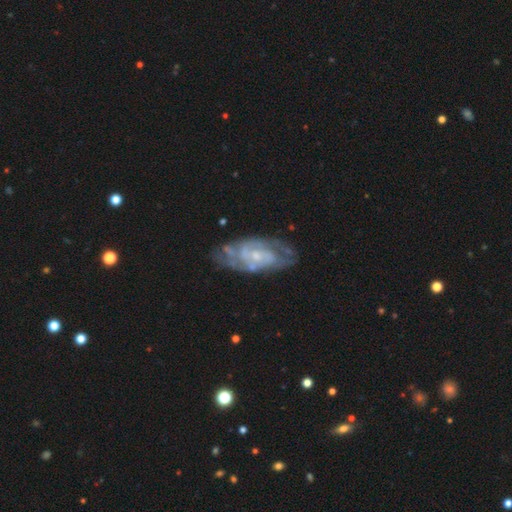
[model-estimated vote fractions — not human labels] Q: Smooth or featured?
A: featured or disk (81%); runner-up: smooth (12%)
Q: Edge-on disk?
A: no (93%); runner-up: yes (7%)
Q: Bar?
A: no (61%); runner-up: weak (32%)
Q: Spiral arms?
A: yes (85%); runner-up: no (15%)
Q: Spiral winding?
A: tight (55%); runner-up: medium (35%)
Q: Spiral arm count?
A: can't tell (43%); runner-up: 2 (32%)
Q: Bulge size?
A: small (67%); runner-up: moderate (25%)
Q: Merging?
A: none (68%); runner-up: minor disturbance (21%)